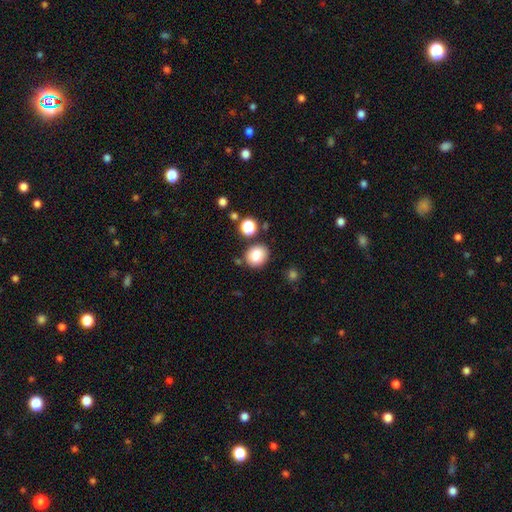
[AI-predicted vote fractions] Morphology: type=smooth (81%); roundness=round (72%); merging=none (79%).